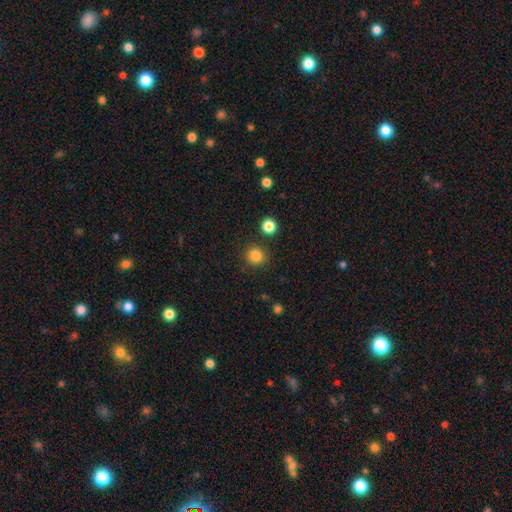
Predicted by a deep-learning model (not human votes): The model was most divided on "smooth or featured": smooth: 84%, star or artifact: 12%, featured or disk: 4%. More confident: how rounded — round (91%); merging — none (88%).